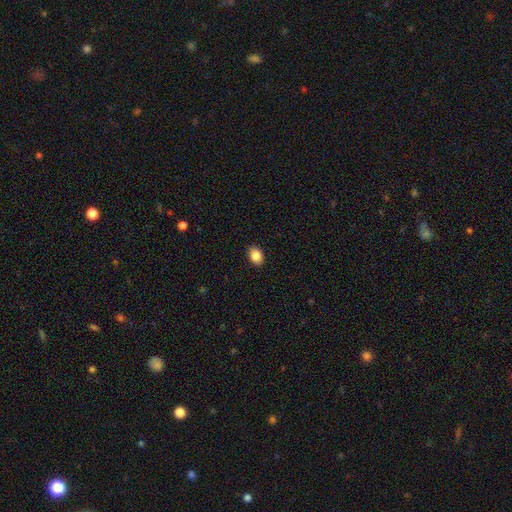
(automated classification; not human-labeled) smooth-or-featured: smooth: 88% | star or artifact: 8% | featured or disk: 4%
  how-rounded: in between: 77% | round: 22% | cigar-shaped: 1%
  merging: none: 89% | minor disturbance: 8% | major disturbance: 2% | merger: 1%